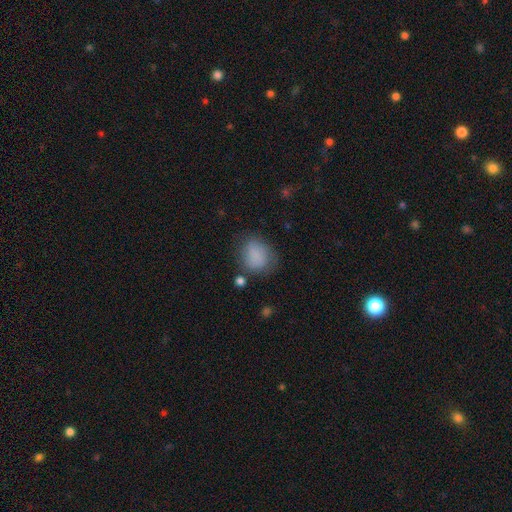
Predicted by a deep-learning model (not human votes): This appears to be a smooth galaxy with no disk features (81%) that is round (56%). Merging: none (64%).